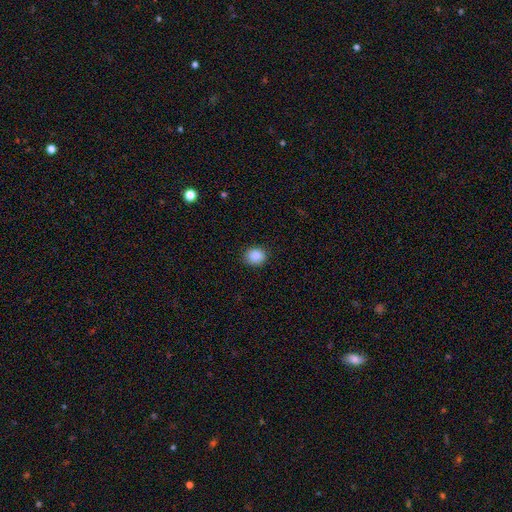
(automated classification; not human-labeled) A smooth galaxy with no disk features (89%) that is round (71%). Merging: none (88%).